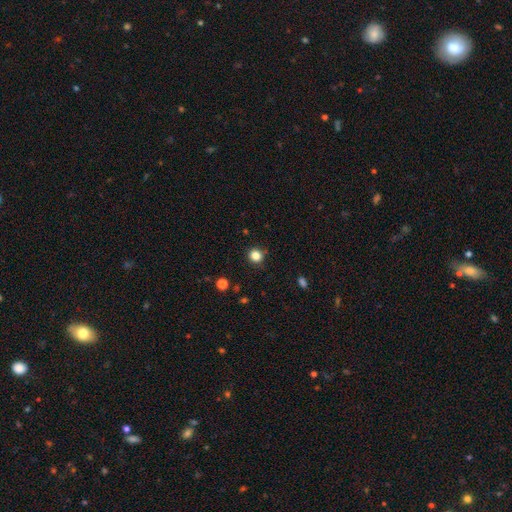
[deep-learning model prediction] Morphology: type=smooth (83%); roundness=round (89%); merging=none (87%).